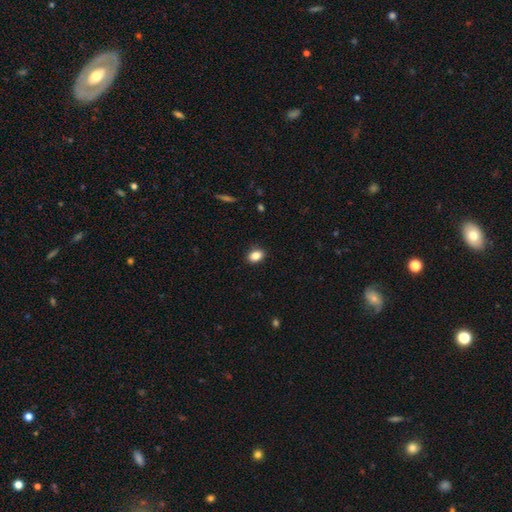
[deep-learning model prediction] Morphology: type=smooth (86%); roundness=in between (72%); merging=none (89%).